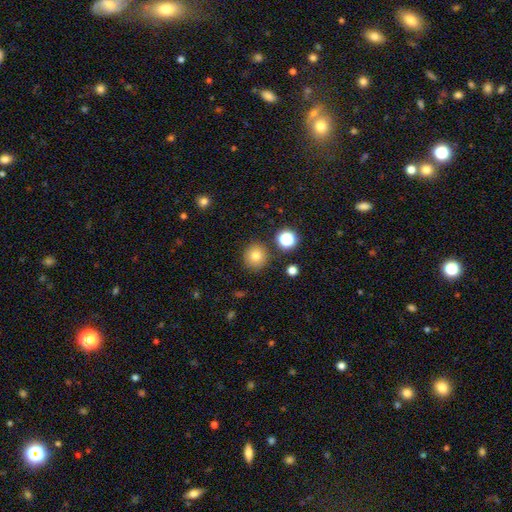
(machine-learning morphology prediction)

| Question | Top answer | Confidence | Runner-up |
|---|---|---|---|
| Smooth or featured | smooth | 78% | star or artifact (14%) |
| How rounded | round | 93% | in between (6%) |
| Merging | none | 86% | minor disturbance (7%) |